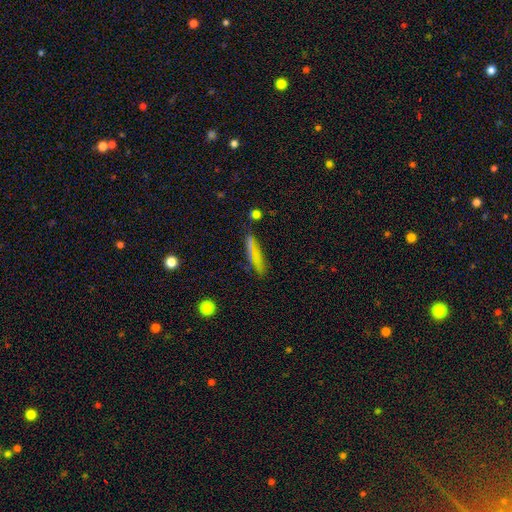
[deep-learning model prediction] A smooth galaxy with no disk features (64%) that is cigar-shaped (79%).

Vote fractions:
- Smooth or featured? smooth: 64% / featured or disk: 21% / star or artifact: 15%
- How rounded? cigar-shaped: 79% / in between: 17% / round: 4%
- Merging? none: 72% / minor disturbance: 18% / major disturbance: 6% / merger: 4%